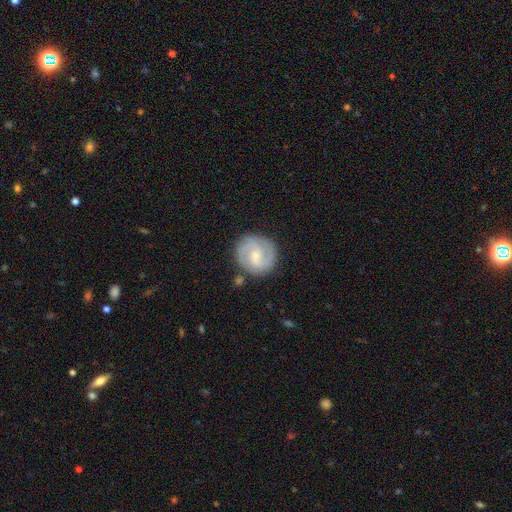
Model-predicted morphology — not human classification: smooth_or_featured: featured or disk (p=0.75) [alt: smooth p=0.19]
disk_edge_on: no (p=0.98) [alt: yes p=0.02]
bar: weak (p=0.51) [alt: no p=0.40]
has_spiral_arms: yes (p=0.95) [alt: no p=0.05]
spiral_winding: medium (p=0.44) [alt: tight p=0.43]
spiral_arm_count: 2 (p=0.65) [alt: 3 p=0.16]
bulge_size: small (p=0.54) [alt: moderate p=0.36]
merging: none (p=0.81) [alt: minor disturbance p=0.12]